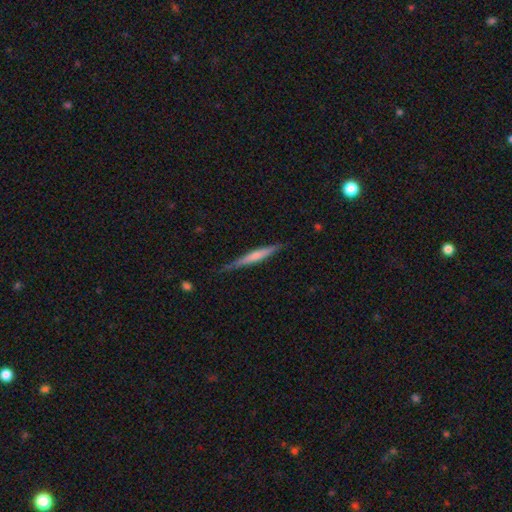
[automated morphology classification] smooth-or-featured: featured or disk: 48% | smooth: 46% | star or artifact: 6%
  merging: none: 82% | minor disturbance: 14% | major disturbance: 2% | merger: 1%